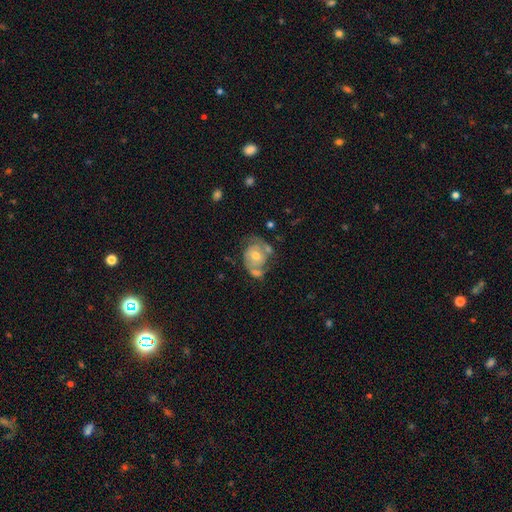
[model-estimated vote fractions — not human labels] smooth-or-featured: featured or disk: 67% | smooth: 26% | star or artifact: 7%
  disk-edge-on: no: 97% | yes: 3%
    bar: no: 71% | weak: 23% | strong: 5%
    has-spiral-arms: yes: 80% | no: 20%
      spiral-winding: medium: 42% | tight: 39% | loose: 19%
      spiral-arm-count: 2: 72% | can't tell: 14% | 1: 8% | 3: 3% | 4: 1% | more than 4: 1%
    bulge-size: moderate: 62% | small: 30% | large: 4% | none: 2% | dominant: 1%
  merging: none: 41% | merger: 22% | minor disturbance: 22% | major disturbance: 15%